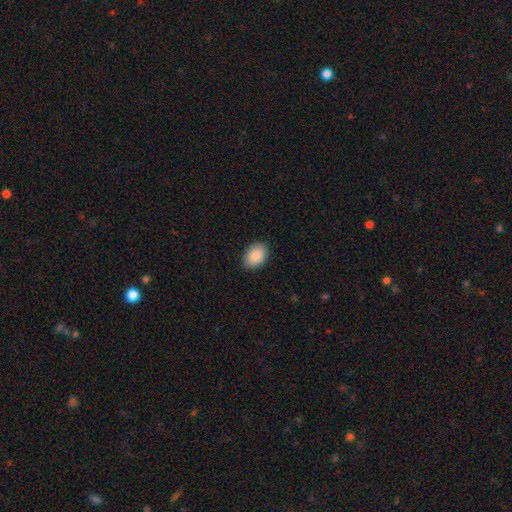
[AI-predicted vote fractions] Overall: smooth (90%). How rounded: in between (81%). Merging: none (88%).